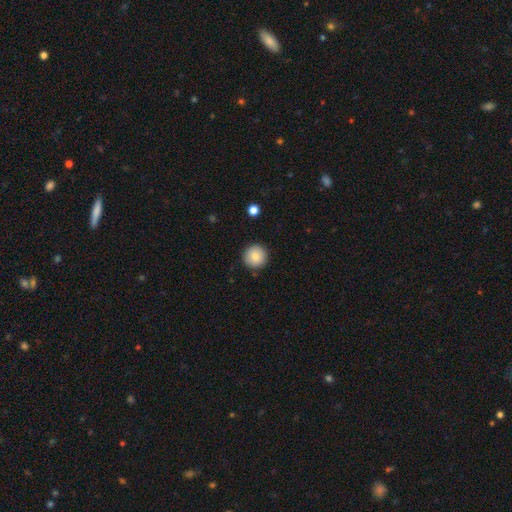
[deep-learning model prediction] This is clearly a smooth galaxy (85%). How rounded: clearly round (96%). Merging: clearly none (91%).